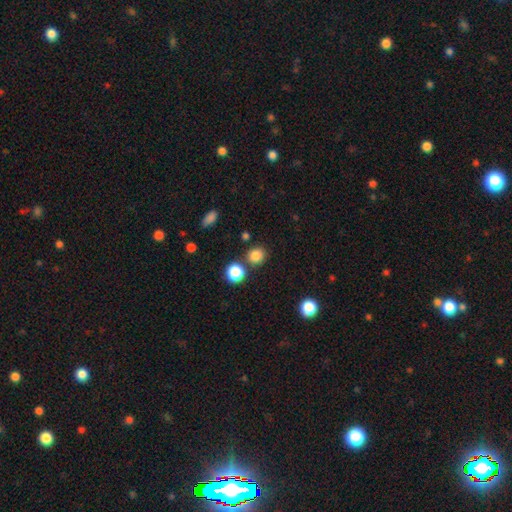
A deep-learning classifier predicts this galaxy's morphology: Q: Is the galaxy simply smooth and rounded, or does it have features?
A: smooth — 82%.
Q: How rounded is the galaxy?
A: round — 86%.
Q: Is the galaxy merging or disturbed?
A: none — 80%.